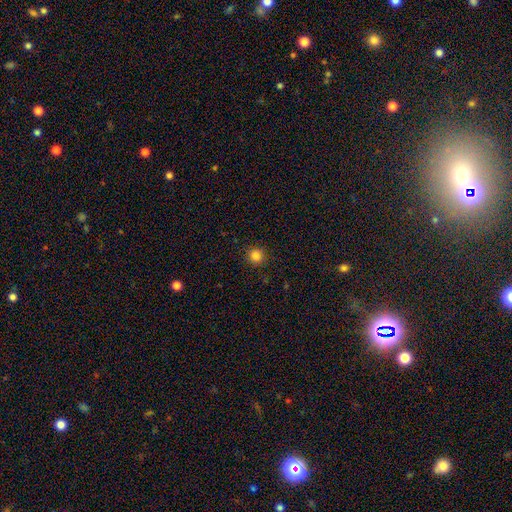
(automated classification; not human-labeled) This is clearly a smooth galaxy (84%). How rounded: clearly round (92%). Merging: clearly none (90%).